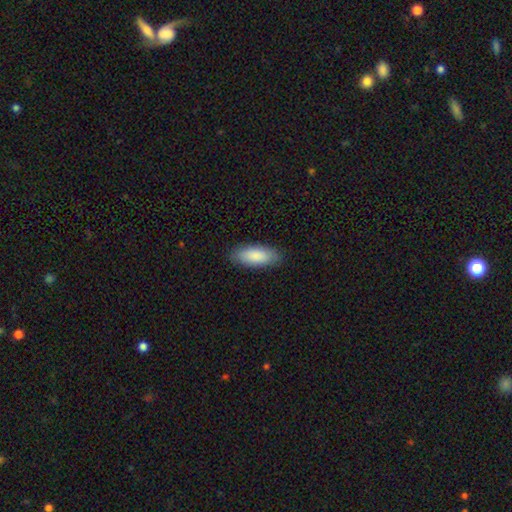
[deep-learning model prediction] A smooth galaxy with no disk features (87%) that is in between round and cigar-shaped (83%). Merging: none (87%).